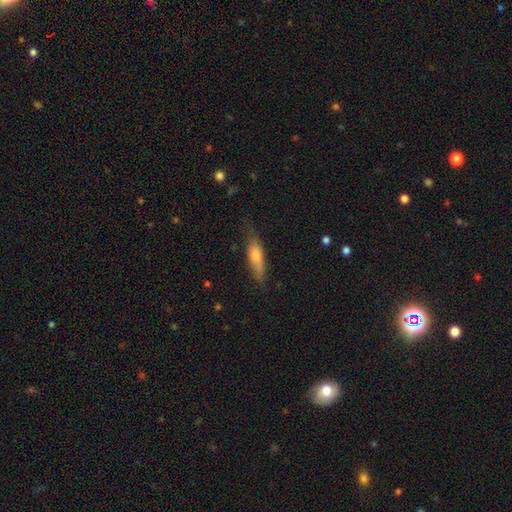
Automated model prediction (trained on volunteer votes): Q: Smooth or featured?
A: smooth (67%); runner-up: featured or disk (26%)
Q: How rounded?
A: cigar-shaped (66%); runner-up: in between (32%)
Q: Merging?
A: none (67%); runner-up: minor disturbance (24%)